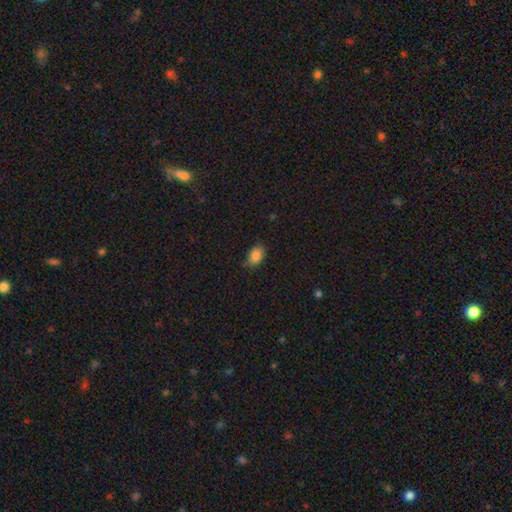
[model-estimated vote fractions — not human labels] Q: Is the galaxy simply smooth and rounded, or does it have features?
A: smooth — 86%.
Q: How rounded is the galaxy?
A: in between — 80%.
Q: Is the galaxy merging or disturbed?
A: none — 77%.